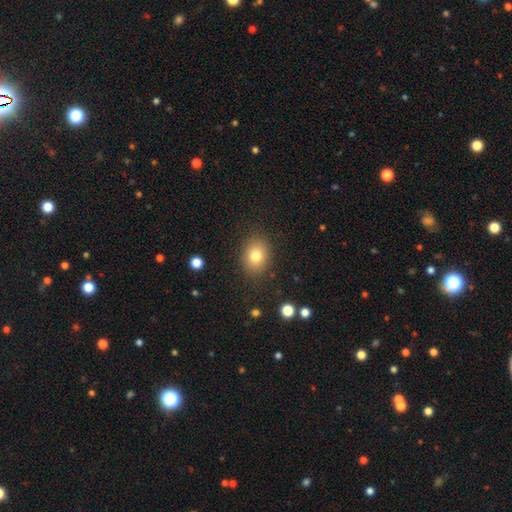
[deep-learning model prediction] This is likely a smooth galaxy (79%). How rounded: possibly in between (56%). Merging: clearly none (86%).